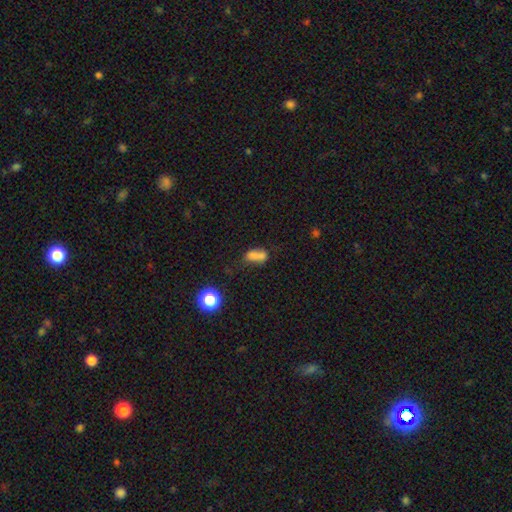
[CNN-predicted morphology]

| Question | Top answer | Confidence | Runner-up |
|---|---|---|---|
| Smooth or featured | smooth | 69% | featured or disk (17%) |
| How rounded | in between | 70% | round (23%) |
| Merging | merger | 50% | none (29%) |